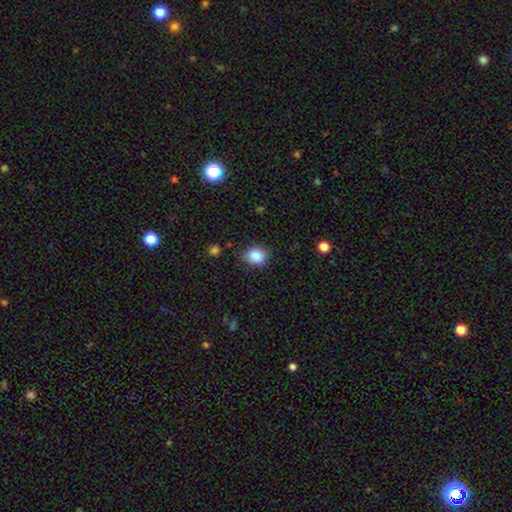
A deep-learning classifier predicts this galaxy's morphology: smooth_or_featured: smooth (p=0.85) [alt: star or artifact p=0.10]
how_rounded: round (p=0.52) [alt: in between p=0.47]
merging: none (p=0.79) [alt: minor disturbance p=0.15]